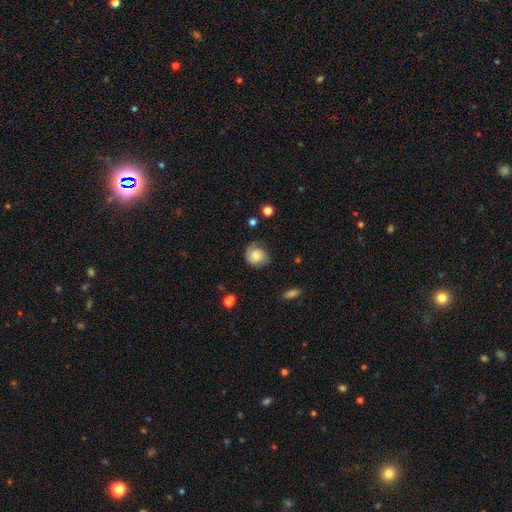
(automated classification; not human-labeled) smooth_or_featured: smooth (p=0.63) [alt: featured or disk p=0.28]
how_rounded: round (p=0.78) [alt: in between p=0.21]
merging: none (p=0.61) [alt: minor disturbance p=0.26]